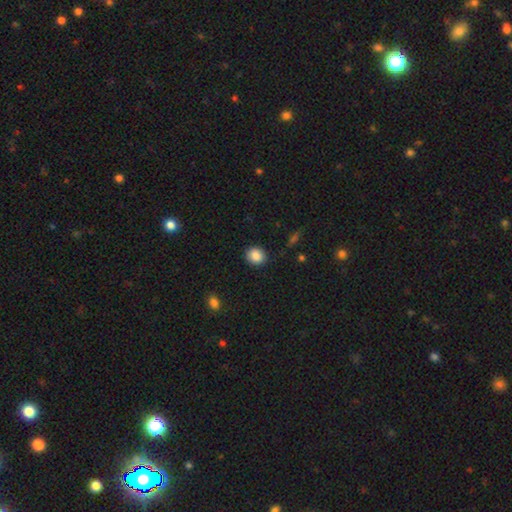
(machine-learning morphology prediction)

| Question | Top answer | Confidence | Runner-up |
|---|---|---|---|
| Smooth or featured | smooth | 87% | star or artifact (9%) |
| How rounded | round | 80% | in between (19%) |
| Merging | none | 89% | minor disturbance (7%) |